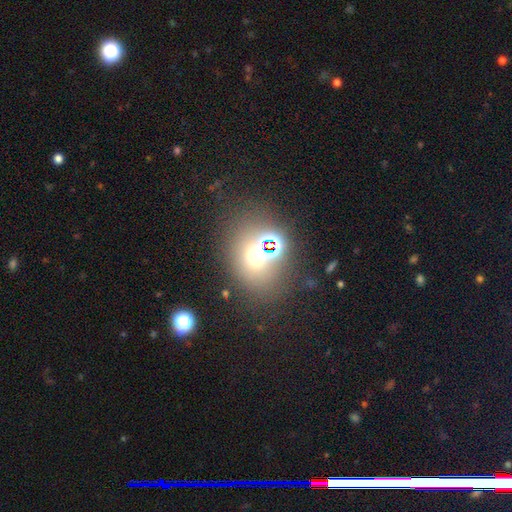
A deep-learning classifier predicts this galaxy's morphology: A smooth galaxy with no disk features (52%) that is round (57%). Merging: none (63%).